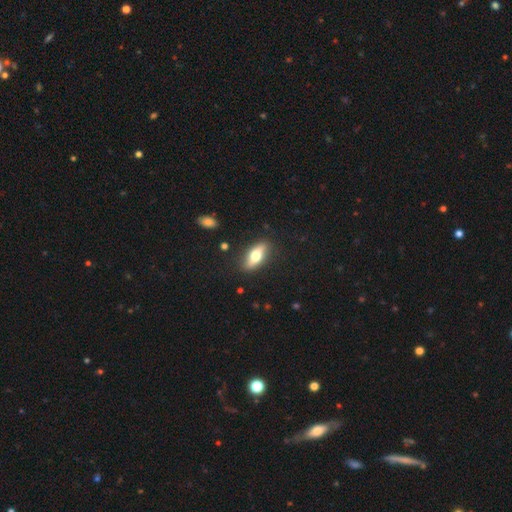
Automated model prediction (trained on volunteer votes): smooth 62%, featured or disk 32%, star or artifact 6%. Down the decision tree: how rounded — in between (71%); merging — none (85%).